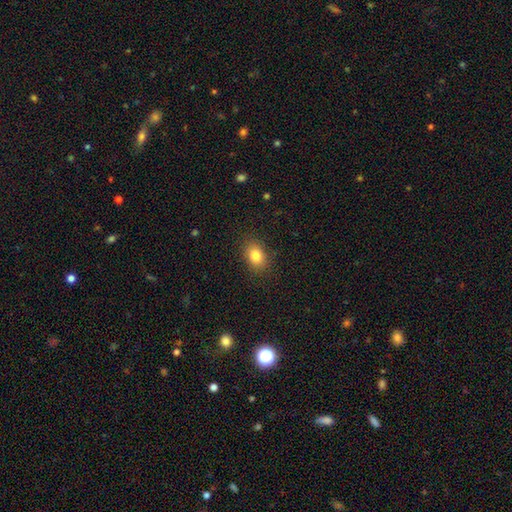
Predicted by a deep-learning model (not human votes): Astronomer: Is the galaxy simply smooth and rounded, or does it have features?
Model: smooth — 83%.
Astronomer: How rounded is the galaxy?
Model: in between — 68%.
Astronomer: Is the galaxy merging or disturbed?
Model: none — 87%.